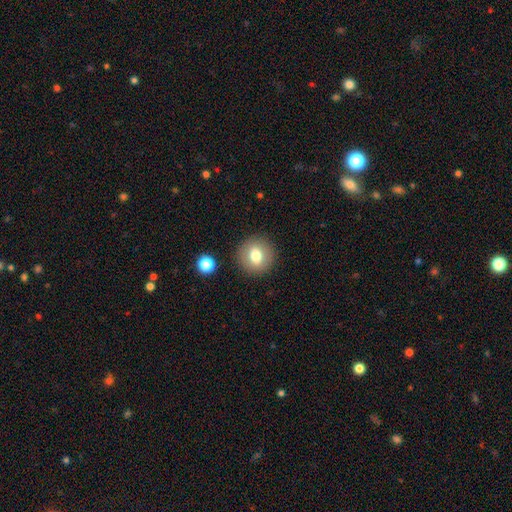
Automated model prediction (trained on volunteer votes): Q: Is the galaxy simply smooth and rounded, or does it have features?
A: smooth — 75%.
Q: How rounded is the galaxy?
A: round — 88%.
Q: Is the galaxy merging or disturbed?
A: none — 89%.